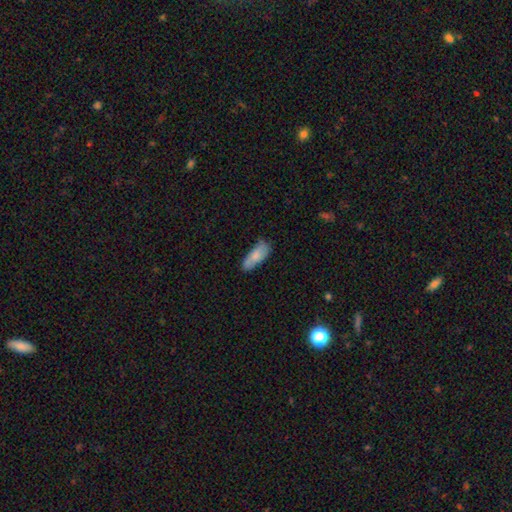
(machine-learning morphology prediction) type=smooth (77%); roundness=in between (73%); merging=none (60%).